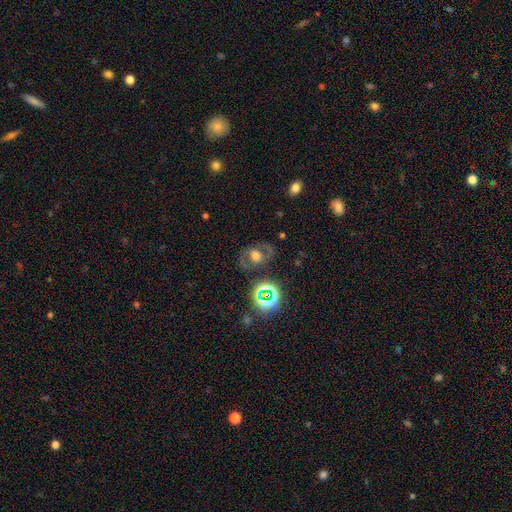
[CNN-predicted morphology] This is possibly a featured or disk galaxy (47%). Merging: likely none (70%).